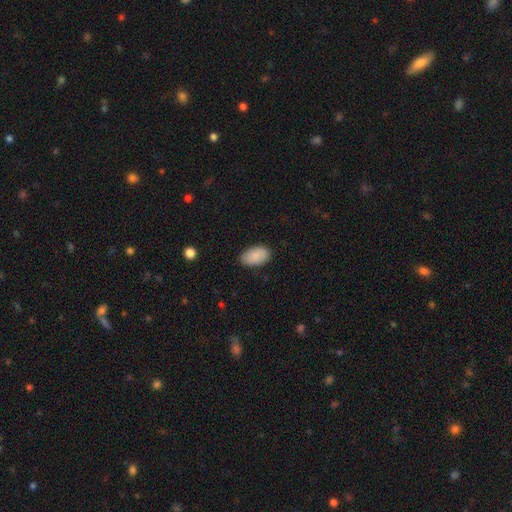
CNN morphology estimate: Smooth or featured? smooth (88%)
How rounded? in between (94%)
Merging? none (86%)